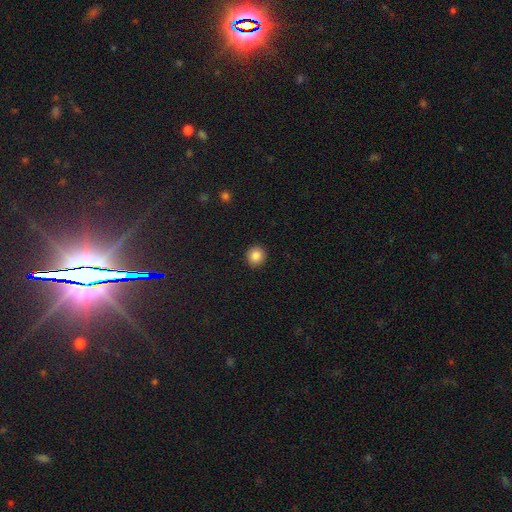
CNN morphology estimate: This appears to be a smooth galaxy with no disk features (86%) that is round (91%). Merging: none (93%).